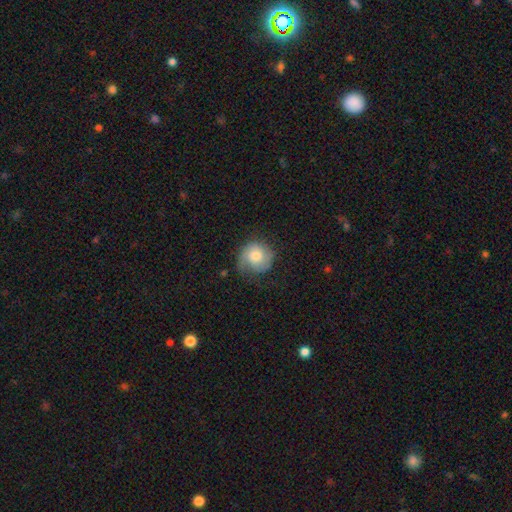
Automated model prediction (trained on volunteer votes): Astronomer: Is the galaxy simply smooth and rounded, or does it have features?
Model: smooth — 49% (runner-up: featured or disk, 44%).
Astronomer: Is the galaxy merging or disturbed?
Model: none — 61%.